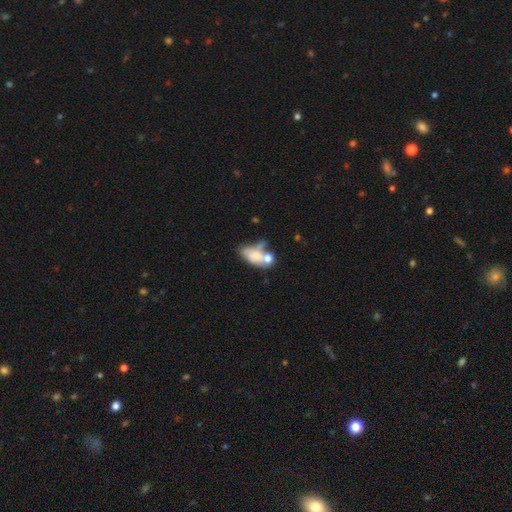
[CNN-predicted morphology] smooth_or_featured: smooth (p=0.62) [alt: featured or disk p=0.29]
how_rounded: in between (p=0.85) [alt: round p=0.10]
merging: merger (p=0.46) [alt: none p=0.21]